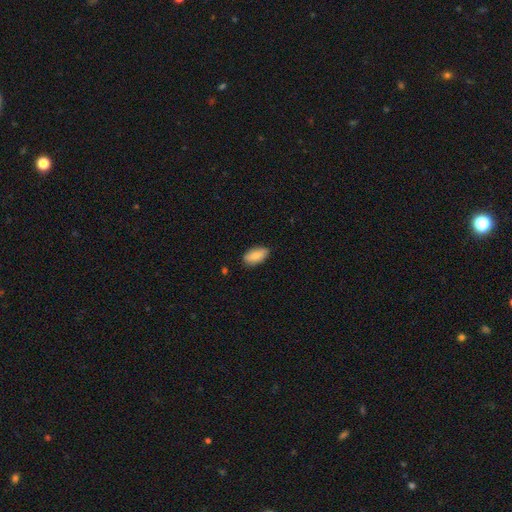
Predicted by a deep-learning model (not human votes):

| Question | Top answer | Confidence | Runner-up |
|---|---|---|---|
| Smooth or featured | smooth | 83% | featured or disk (11%) |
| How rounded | in between | 92% | cigar-shaped (6%) |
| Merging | none | 84% | minor disturbance (13%) |